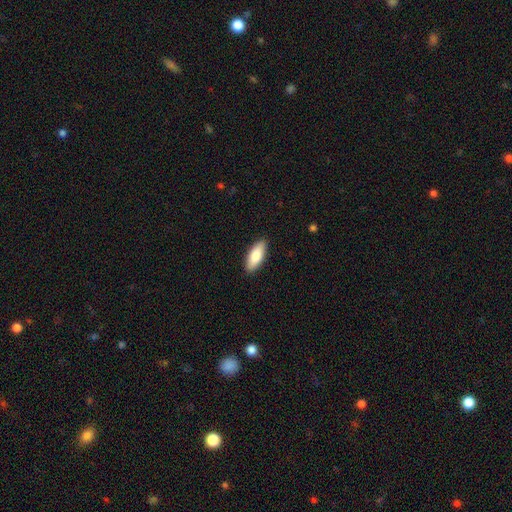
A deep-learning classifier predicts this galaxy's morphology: Smooth or featured: smooth — 84% (featured or disk — 10%)
How rounded: in between — 78% (cigar-shaped — 20%)
Merging: none — 89% (minor disturbance — 8%)